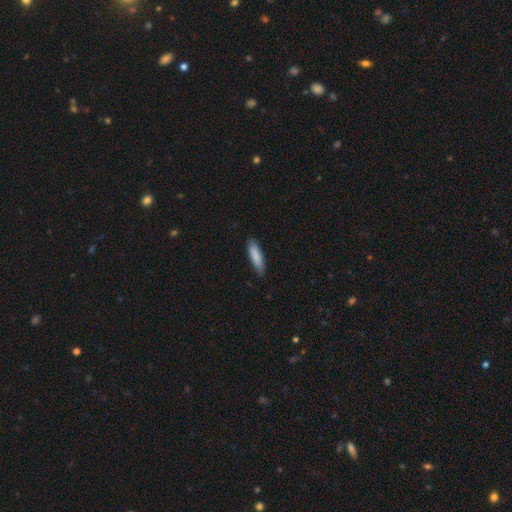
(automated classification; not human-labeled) Smooth or featured: smooth — 86% (featured or disk — 8%)
How rounded: cigar-shaped — 65% (in between — 33%)
Merging: none — 80% (minor disturbance — 16%)